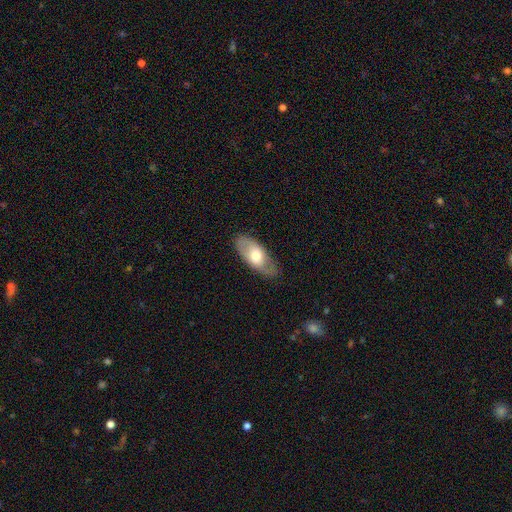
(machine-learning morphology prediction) type=smooth (57%); roundness=in between (88%); merging=none (80%).